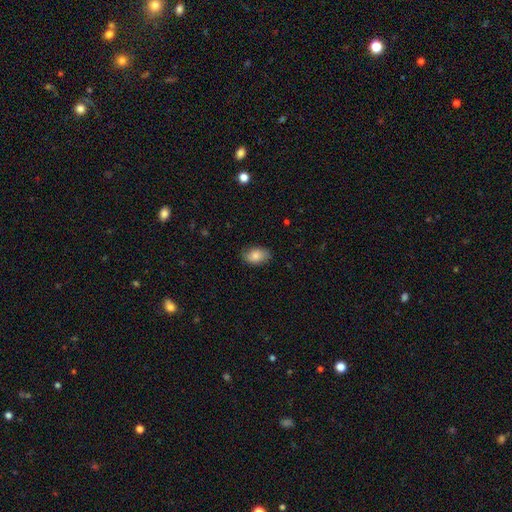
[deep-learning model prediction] A smooth galaxy with no disk features (78%) that is in between round and cigar-shaped (88%).

Vote fractions:
- Smooth or featured? smooth: 78% / featured or disk: 14% / star or artifact: 8%
- How rounded? in between: 88% / round: 10% / cigar-shaped: 1%
- Merging? none: 78% / minor disturbance: 18% / major disturbance: 3% / merger: 1%